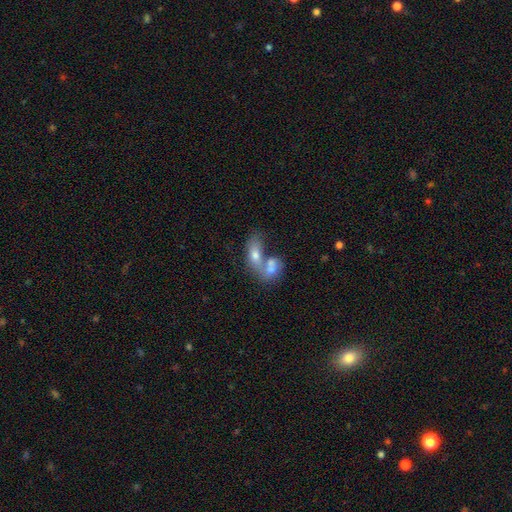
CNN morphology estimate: smooth_or_featured: smooth (p=0.64) [alt: featured or disk p=0.27]
how_rounded: in between (p=0.81) [alt: round p=0.12]
merging: merger (p=0.74) [alt: none p=0.15]